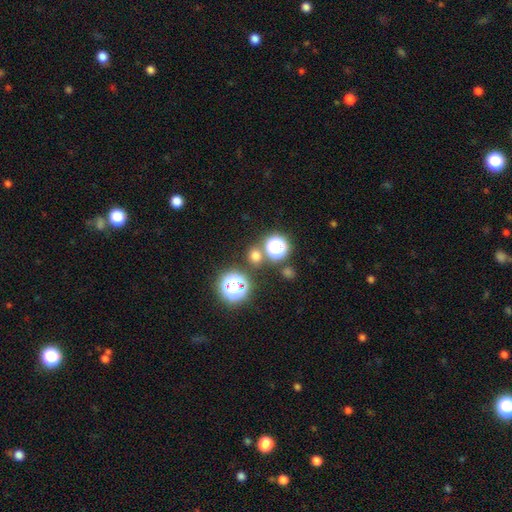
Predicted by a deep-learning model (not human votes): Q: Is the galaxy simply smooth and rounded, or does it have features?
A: smooth — 61%.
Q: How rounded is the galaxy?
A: round — 83%.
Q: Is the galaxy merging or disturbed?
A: none — 77%.